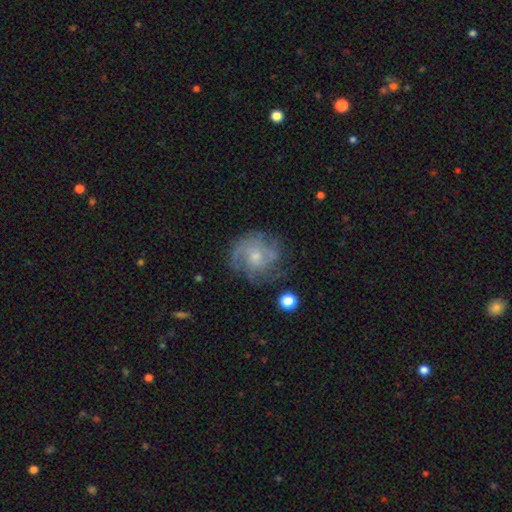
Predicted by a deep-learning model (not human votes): Smooth or featured? featured or disk (72%)
Edge-on disk? no (98%)
Bar? no (76%)
Spiral arms? yes (87%)
Spiral winding? tight (43%)
Spiral arm count? can't tell (35%)
Bulge size? small (60%)
Merging? none (64%)